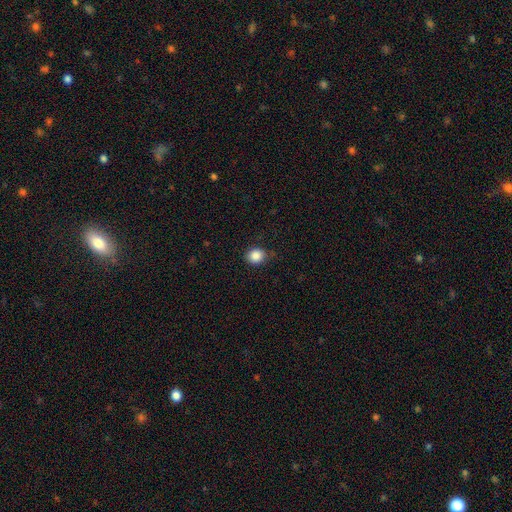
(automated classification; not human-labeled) smooth-or-featured: smooth: 87% | star or artifact: 10% | featured or disk: 4%
  how-rounded: round: 79% | in between: 20% | cigar-shaped: 1%
  merging: none: 79% | minor disturbance: 17% | major disturbance: 3% | merger: 1%